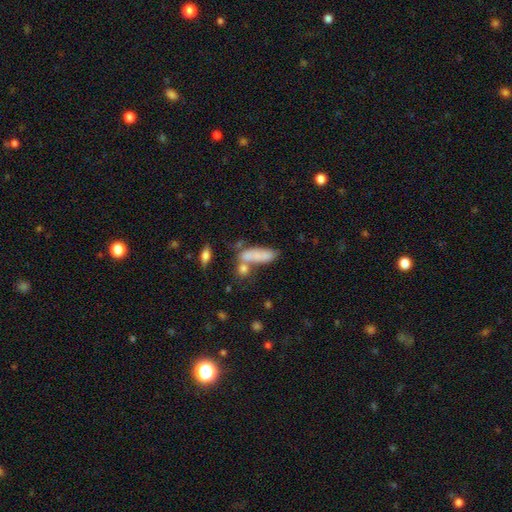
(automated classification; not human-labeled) Smooth or featured: smooth — 74% (featured or disk — 17%)
How rounded: in between — 52% (cigar-shaped — 45%)
Merging: none — 41% (merger — 30%)